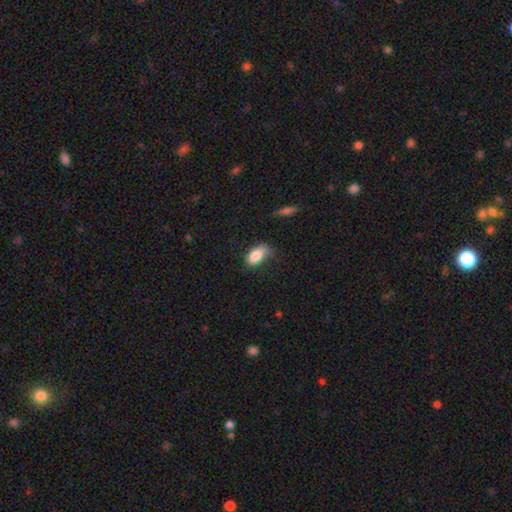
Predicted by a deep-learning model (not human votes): The model was most divided on "merging": none: 48%, minor disturbance: 35%, major disturbance: 15%, merger: 3%. More confident: how rounded — in between (91%); smooth or featured — smooth (84%).